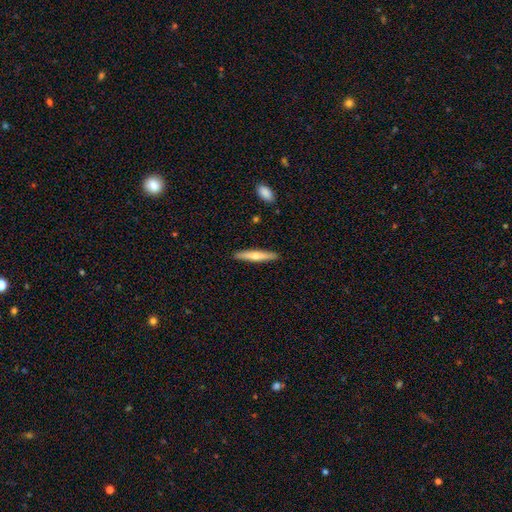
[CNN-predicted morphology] This appears to be a smooth galaxy with no disk features (53%) that is cigar-shaped (92%). Merging: none (91%).